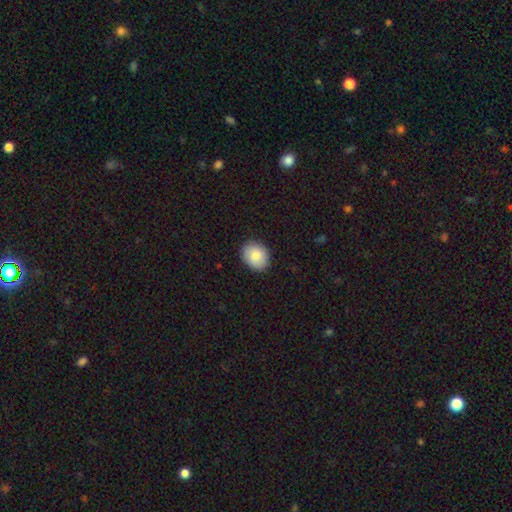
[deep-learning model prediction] Smooth or featured? Predicted: smooth (p=0.84). How rounded? Predicted: in between (p=0.51). Merging? Predicted: none (p=0.88).